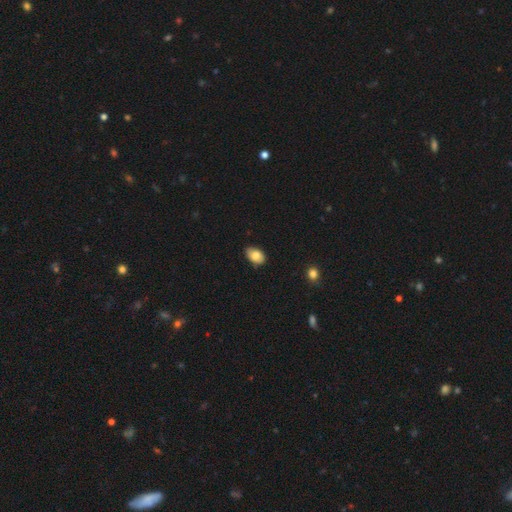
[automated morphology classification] type=smooth (80%); roundness=in between (87%); merging=none (78%).